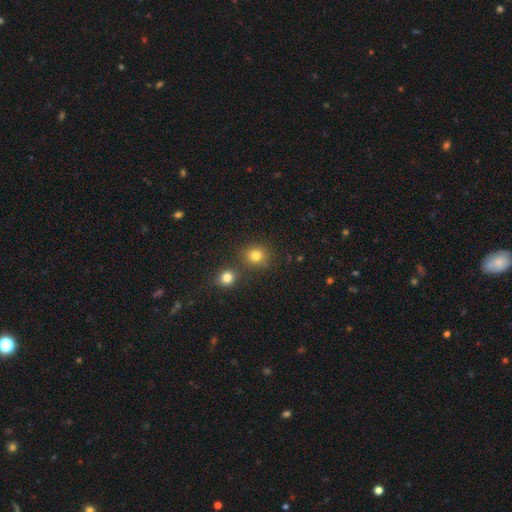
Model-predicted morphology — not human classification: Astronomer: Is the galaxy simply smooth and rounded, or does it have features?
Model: smooth — 80%.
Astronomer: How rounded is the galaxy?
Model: round — 84%.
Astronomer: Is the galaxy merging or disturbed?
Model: none — 75%.